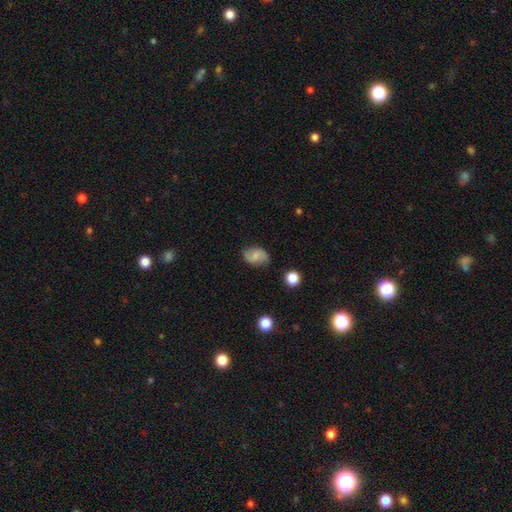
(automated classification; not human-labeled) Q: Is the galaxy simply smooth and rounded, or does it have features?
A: smooth — 50%.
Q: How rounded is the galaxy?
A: in between — 80%.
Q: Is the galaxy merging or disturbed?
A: none — 78%.